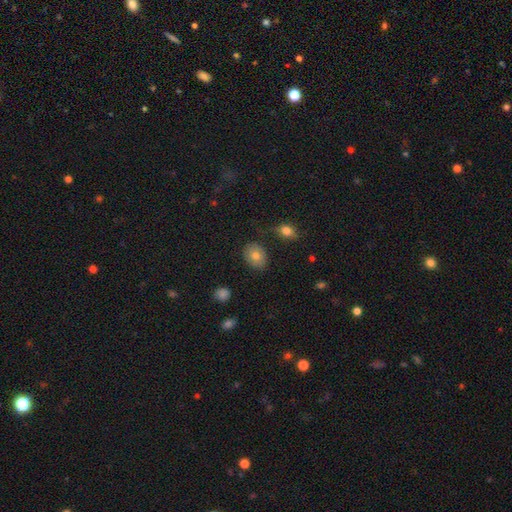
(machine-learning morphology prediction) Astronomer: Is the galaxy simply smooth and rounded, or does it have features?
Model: smooth — 75%.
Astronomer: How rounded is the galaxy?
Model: in between — 66%.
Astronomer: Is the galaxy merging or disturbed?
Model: none — 79%.